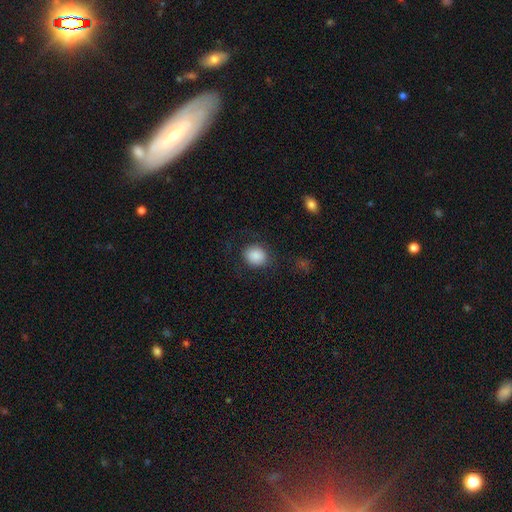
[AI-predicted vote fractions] smooth 87%, star or artifact 8%, featured or disk 5%. Down the decision tree: how rounded — round (74%); merging — none (80%).